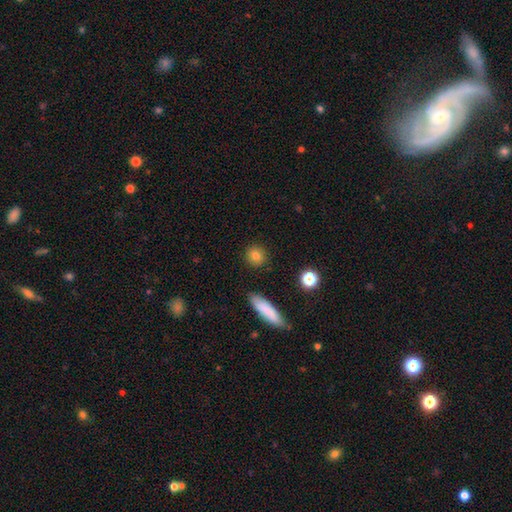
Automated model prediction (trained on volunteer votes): This appears to be a smooth galaxy with no disk features (81%) that is round (86%). Merging: none (90%).